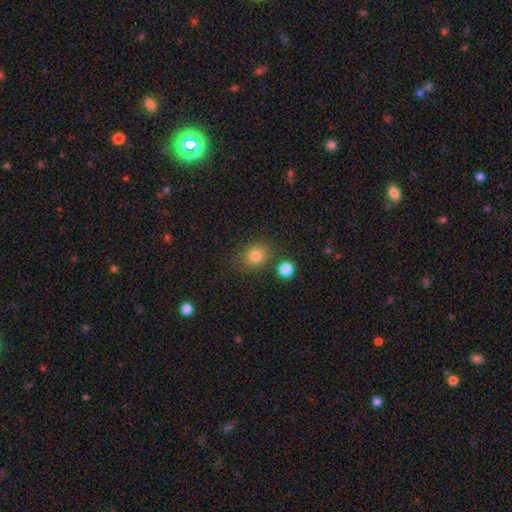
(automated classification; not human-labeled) The model was most divided on "how rounded": round: 64%, in between: 35%, cigar-shaped: 1%. More confident: smooth or featured — smooth (82%); merging — none (78%).